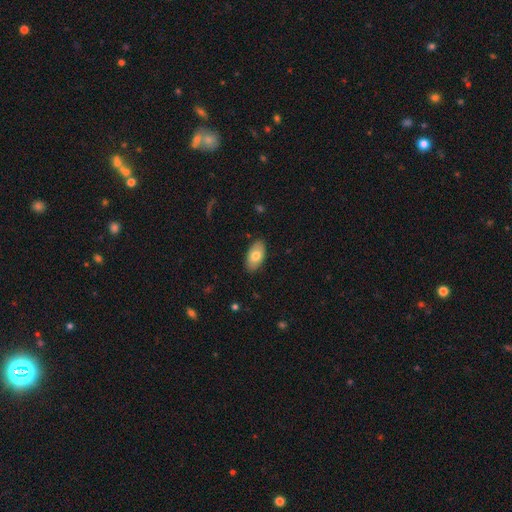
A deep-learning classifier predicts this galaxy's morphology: A smooth galaxy with no disk features (74%) that is in between round and cigar-shaped (95%).

Vote fractions:
- Smooth or featured? smooth: 74% / featured or disk: 20% / star or artifact: 6%
- How rounded? in between: 95% / round: 4% / cigar-shaped: 2%
- Merging? none: 86% / minor disturbance: 11% / major disturbance: 2% / merger: 1%